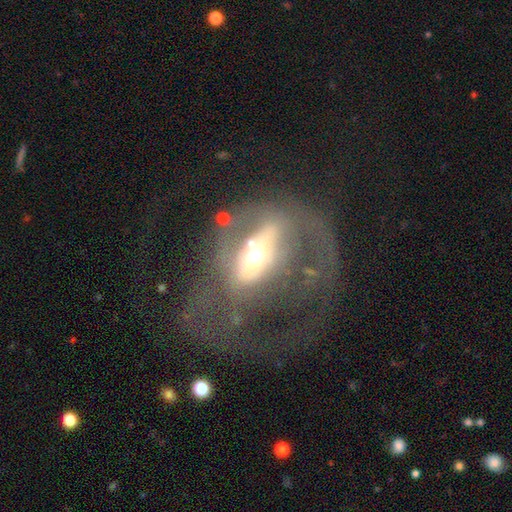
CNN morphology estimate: The model was most divided on "bar": no: 51%, strong: 26%, weak: 23%. More confident: edge-on disk — no (90%); spiral arms — no (67%); smooth or featured — featured or disk (63%); bulge size — moderate (63%); merging — major disturbance (54%).